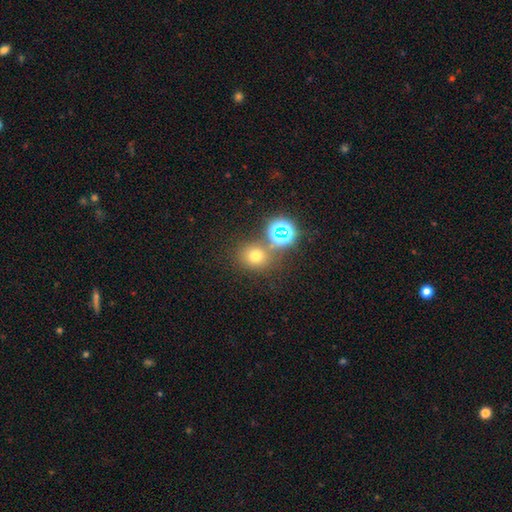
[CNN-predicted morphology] A smooth galaxy with no disk features (64%) that is round (79%). Merging: none (68%).